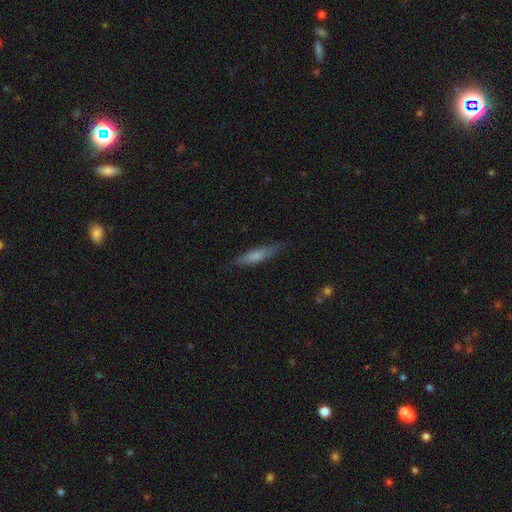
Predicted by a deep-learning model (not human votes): The model was most divided on "smooth or featured": smooth: 71%, featured or disk: 22%, star or artifact: 6%. More confident: merging — none (77%); how rounded — cigar-shaped (76%).